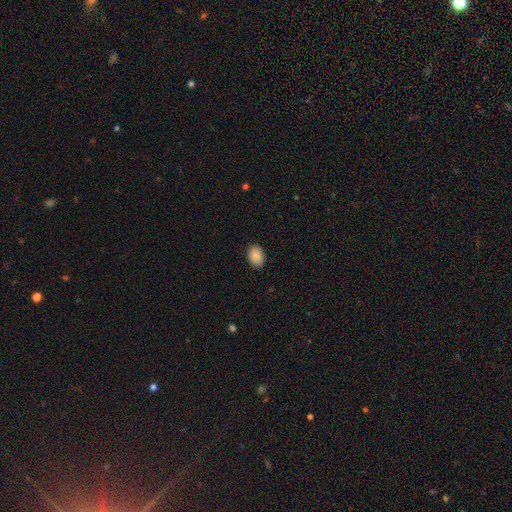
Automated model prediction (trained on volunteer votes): A smooth galaxy with no disk features (90%) that is in between round and cigar-shaped (81%).

Vote fractions:
- Smooth or featured? smooth: 90% / star or artifact: 7% / featured or disk: 3%
- How rounded? in between: 81% / round: 18% / cigar-shaped: 1%
- Merging? none: 89% / minor disturbance: 8% / major disturbance: 2% / merger: 1%